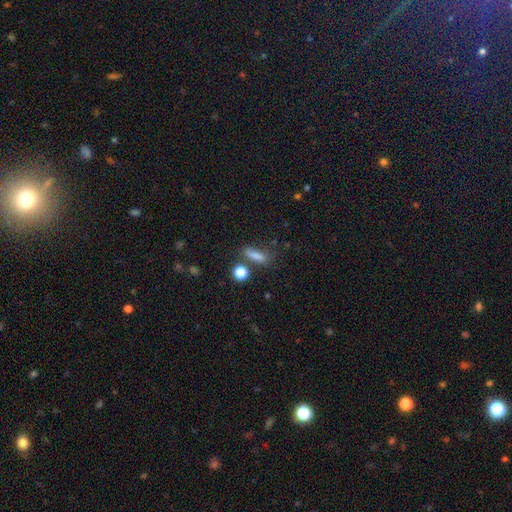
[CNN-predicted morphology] This appears to be a smooth galaxy with no disk features (76%) that is cigar-shaped (47%). Merging: none (60%).